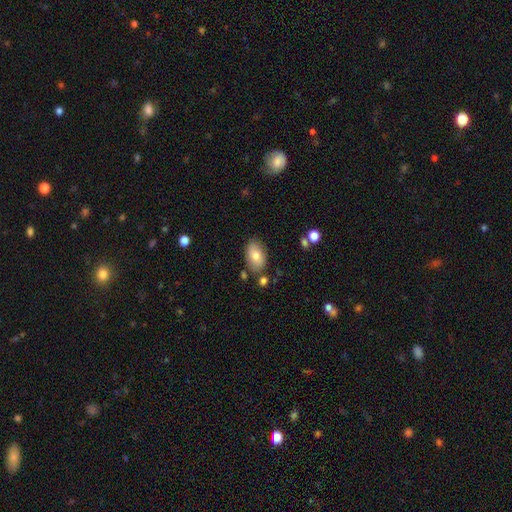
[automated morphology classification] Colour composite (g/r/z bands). It shows a smooth galaxy with no disk features (75%) that is in between round and cigar-shaped (90%). Merging: none (78%).